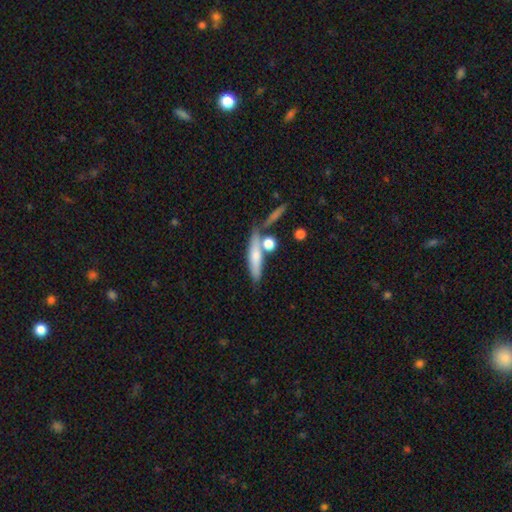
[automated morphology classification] Overall: smooth (62%; featured or disk 31%). How rounded: cigar-shaped (74%). Merging: none (60%; merger 23%).